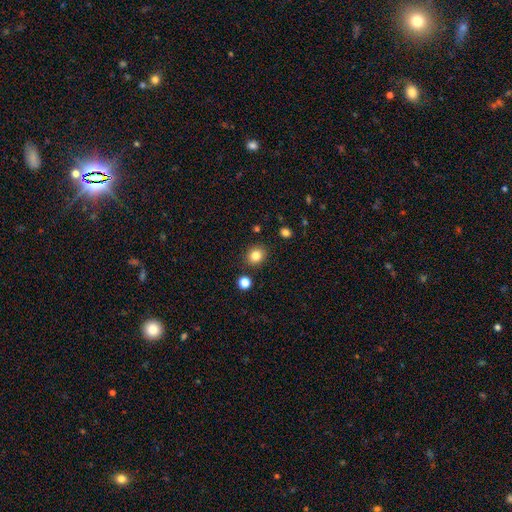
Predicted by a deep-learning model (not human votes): Smooth or featured? Predicted: smooth (p=0.83). How rounded? Predicted: round (p=0.79). Merging? Predicted: none (p=0.87).